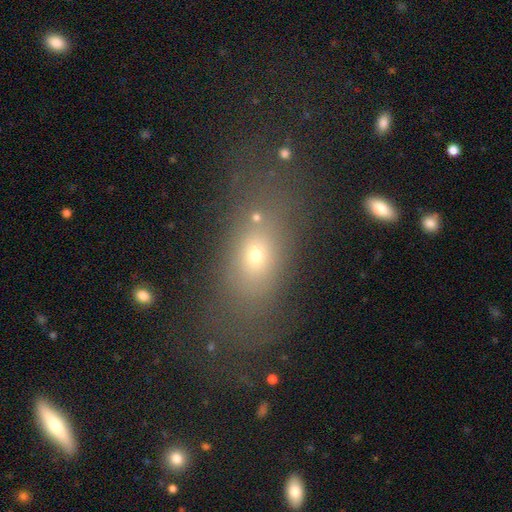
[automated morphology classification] A smooth galaxy with no disk features (61%) that is in between round and cigar-shaped (66%). Merging: none (67%).